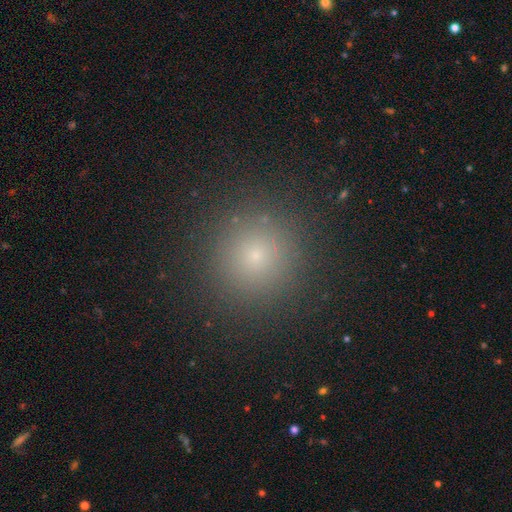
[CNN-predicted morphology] Smooth or featured? Predicted: smooth (p=0.72). How rounded? Predicted: round (p=0.95). Merging? Predicted: none (p=0.91).